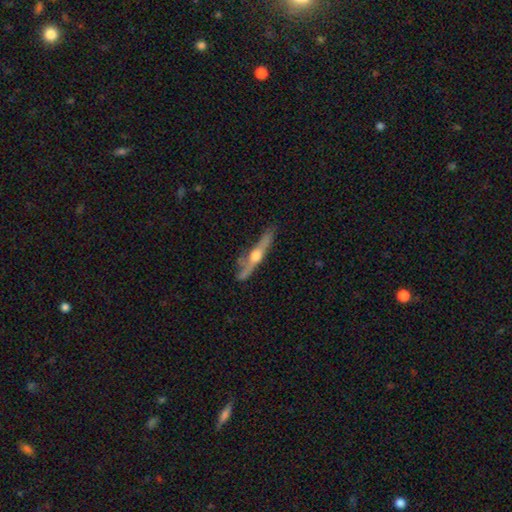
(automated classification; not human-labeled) Smooth or featured?
  - featured or disk: 76% *
  - smooth: 18%
  - star or artifact: 5%
Edge-on disk?
  - yes: 95% *
  - no: 5%
Edge-on bulge?
  - rounded: 93% *
  - none: 4%
  - boxy: 3%
Merging?
  - none: 75% *
  - minor disturbance: 18%
  - major disturbance: 4%
  - merger: 3%